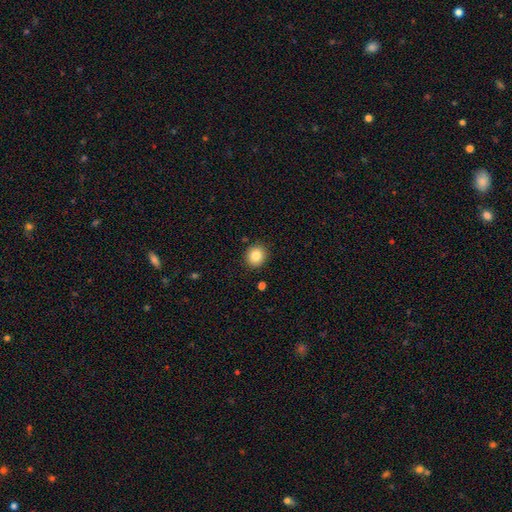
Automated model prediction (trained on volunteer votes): smooth-or-featured: smooth: 85% | star or artifact: 10% | featured or disk: 6%
  how-rounded: round: 82% | in between: 17% | cigar-shaped: 1%
  merging: none: 89% | minor disturbance: 7% | major disturbance: 2% | merger: 2%